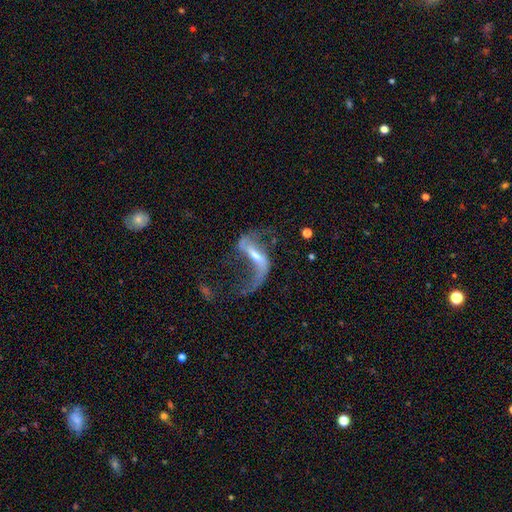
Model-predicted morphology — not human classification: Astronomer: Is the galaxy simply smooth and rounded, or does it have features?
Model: featured or disk — 83%.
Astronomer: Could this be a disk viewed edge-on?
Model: no — 92%.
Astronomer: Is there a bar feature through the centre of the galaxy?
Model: strong — 48% (runner-up: weak, 35%).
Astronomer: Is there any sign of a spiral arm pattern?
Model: yes — 88%.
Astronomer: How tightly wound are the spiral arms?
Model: loose — 90%.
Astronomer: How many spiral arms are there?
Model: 2 — 78%.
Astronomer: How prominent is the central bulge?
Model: moderate — 40% (runner-up: small, 39%).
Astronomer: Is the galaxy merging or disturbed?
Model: none — 40% (runner-up: major disturbance, 38%).